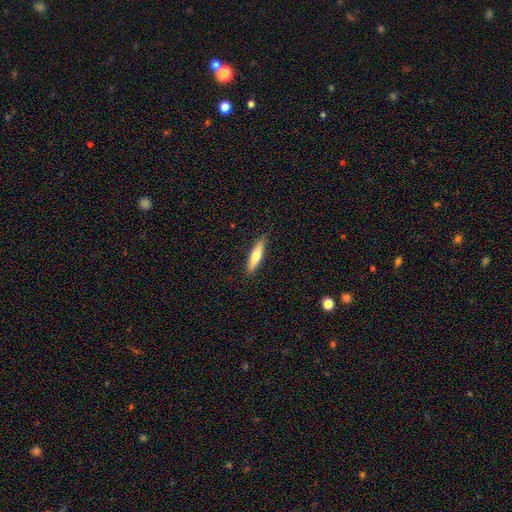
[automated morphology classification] A smooth galaxy with no disk features (68%) that is cigar-shaped (78%). Merging: none (88%).